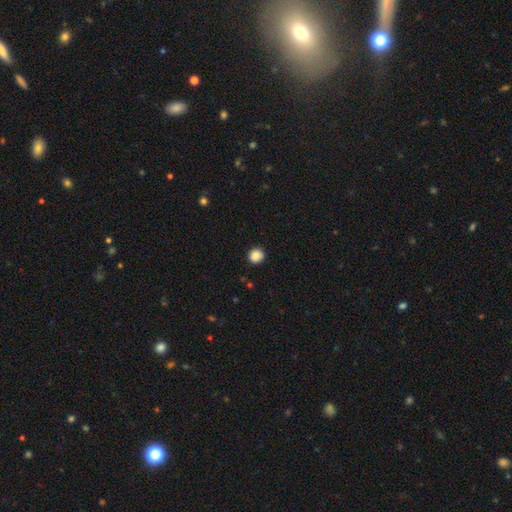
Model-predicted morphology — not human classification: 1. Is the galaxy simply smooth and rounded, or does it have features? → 88% smooth, 9% star or artifact, 3% featured or disk.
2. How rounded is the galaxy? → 92% round, 7% in between, 1% cigar-shaped.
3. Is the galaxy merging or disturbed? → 89% none, 8% minor disturbance, 2% major disturbance, 1% merger.